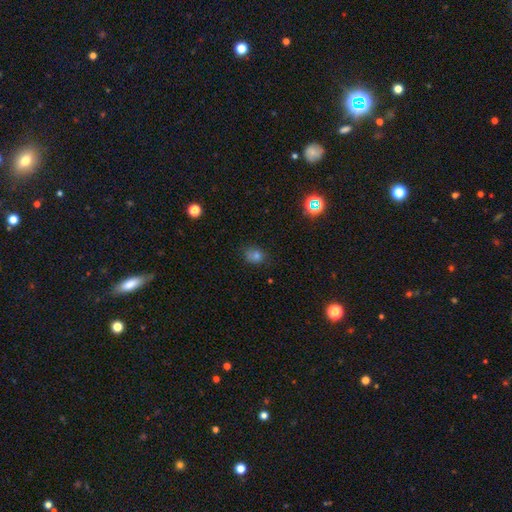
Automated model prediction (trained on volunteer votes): Morphology: type=smooth (70%); roundness=round (51%); merging=none (72%).